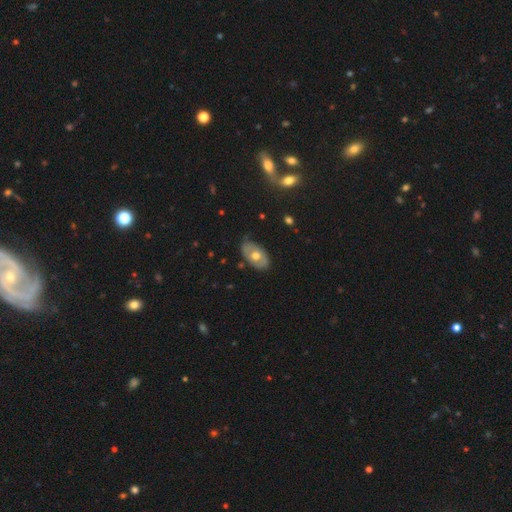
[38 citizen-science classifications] smooth 47%, featured or disk 45%, star or artifact 8%. Down the decision tree: how rounded — in between (94%); merging — none (63%).